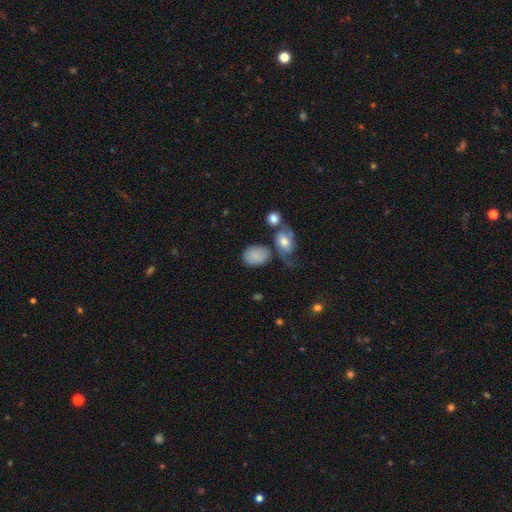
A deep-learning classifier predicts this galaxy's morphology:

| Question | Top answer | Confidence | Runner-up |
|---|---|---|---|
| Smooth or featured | smooth | 79% | featured or disk (13%) |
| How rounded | in between | 61% | round (38%) |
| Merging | none | 50% | minor disturbance (20%) |